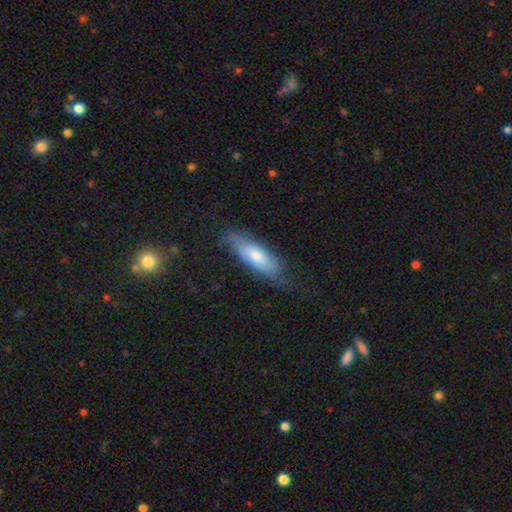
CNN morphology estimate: Q: Smooth or featured?
A: smooth (65%); runner-up: featured or disk (28%)
Q: How rounded?
A: in between (51%); runner-up: cigar-shaped (47%)
Q: Merging?
A: none (67%); runner-up: minor disturbance (23%)